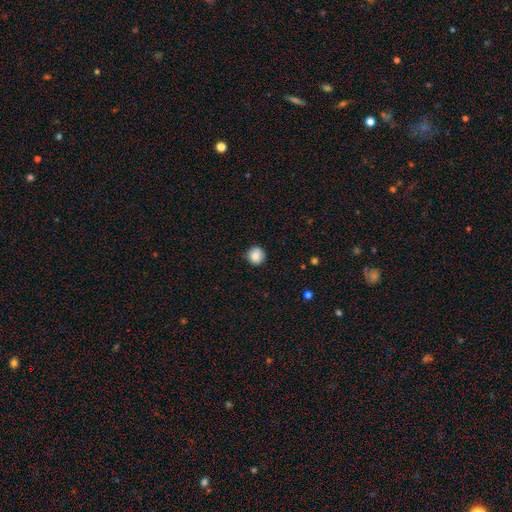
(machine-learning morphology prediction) type=smooth (85%); roundness=round (94%); merging=none (89%).